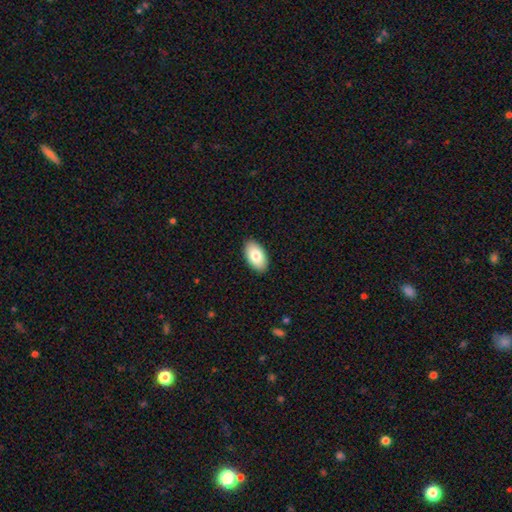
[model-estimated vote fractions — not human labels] Smooth or featured? Predicted: smooth (p=0.83). How rounded? Predicted: in between (p=0.95). Merging? Predicted: none (p=0.90).